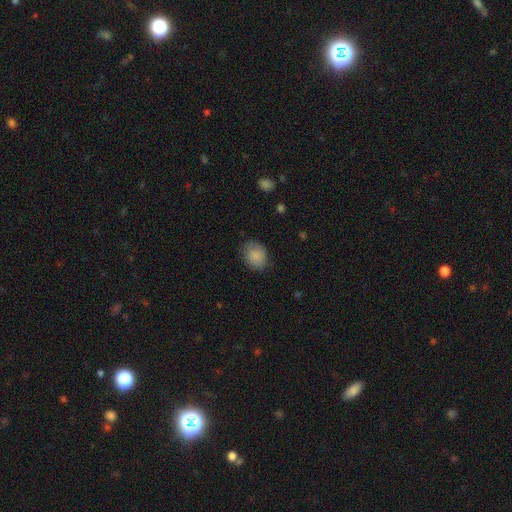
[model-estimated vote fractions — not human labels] The model was most divided on "how rounded": round: 50%, in between: 49%, cigar-shaped: 1%. More confident: smooth or featured — smooth (83%); merging — none (75%).